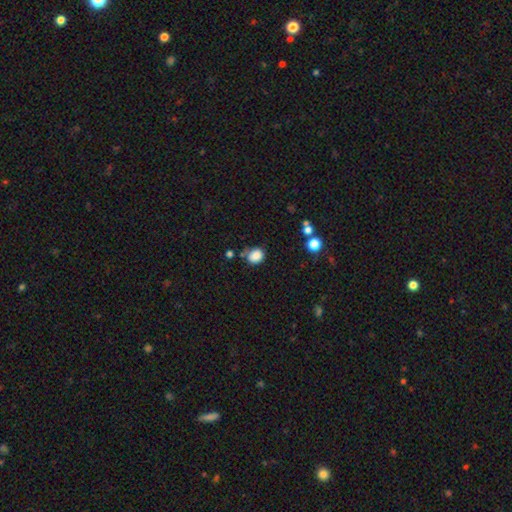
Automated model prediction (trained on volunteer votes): Smooth or featured? smooth (85%)
How rounded? round (61%)
Merging? none (62%)